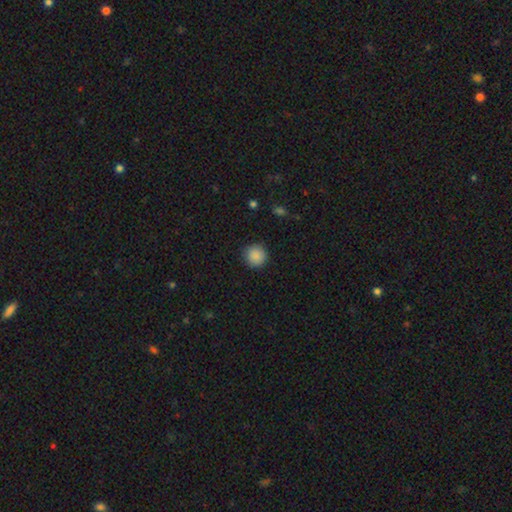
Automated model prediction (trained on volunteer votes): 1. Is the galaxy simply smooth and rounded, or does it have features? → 88% smooth, 9% star or artifact, 3% featured or disk.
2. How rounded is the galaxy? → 94% round, 5% in between, 1% cigar-shaped.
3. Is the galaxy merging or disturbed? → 90% none, 7% minor disturbance, 2% major disturbance, 1% merger.